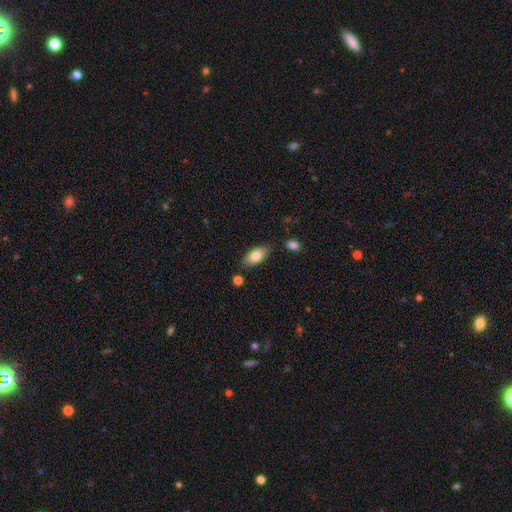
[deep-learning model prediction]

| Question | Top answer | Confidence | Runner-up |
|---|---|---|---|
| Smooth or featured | smooth | 82% | featured or disk (11%) |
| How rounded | in between | 92% | cigar-shaped (5%) |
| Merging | none | 82% | minor disturbance (12%) |